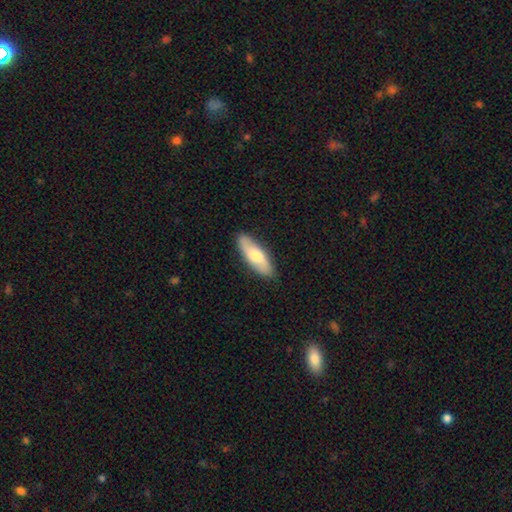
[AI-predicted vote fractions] This appears to be a smooth galaxy with no disk features (61%) that is in between round and cigar-shaped (58%). Merging: none (86%).